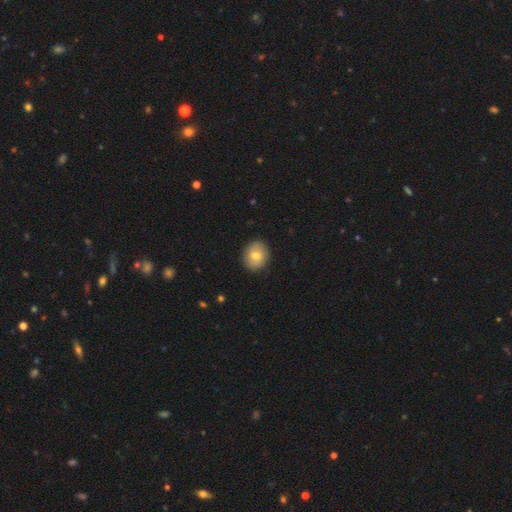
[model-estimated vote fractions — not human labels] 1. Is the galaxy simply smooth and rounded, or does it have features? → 75% smooth, 17% featured or disk, 8% star or artifact.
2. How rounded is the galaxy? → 72% round, 27% in between, 1% cigar-shaped.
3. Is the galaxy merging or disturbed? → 89% none, 8% minor disturbance, 2% major disturbance, 1% merger.